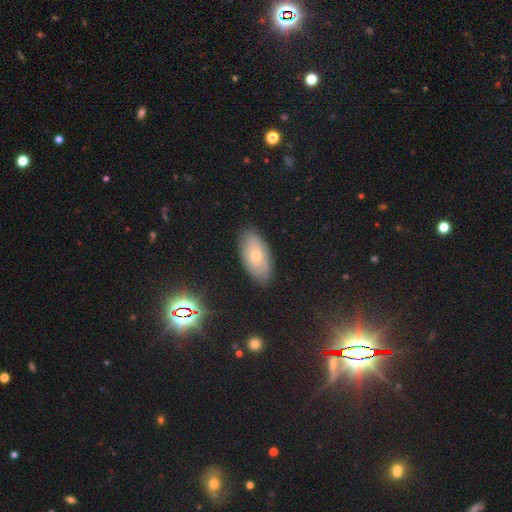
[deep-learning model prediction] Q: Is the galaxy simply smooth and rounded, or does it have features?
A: smooth — 46%.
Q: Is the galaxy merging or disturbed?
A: none — 84%.